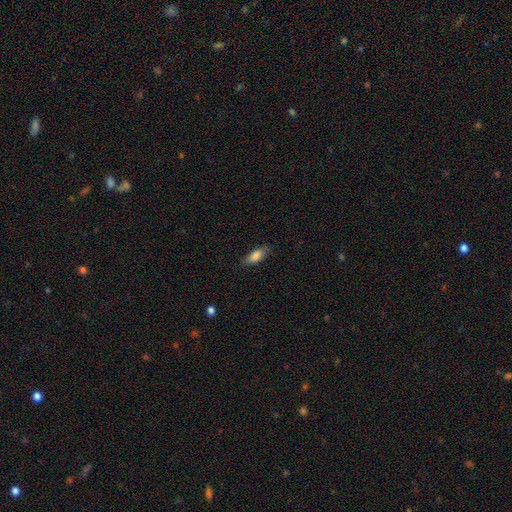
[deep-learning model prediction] Q: Smooth or featured?
A: smooth (83%); runner-up: featured or disk (11%)
Q: How rounded?
A: in between (70%); runner-up: cigar-shaped (28%)
Q: Merging?
A: none (80%); runner-up: minor disturbance (15%)